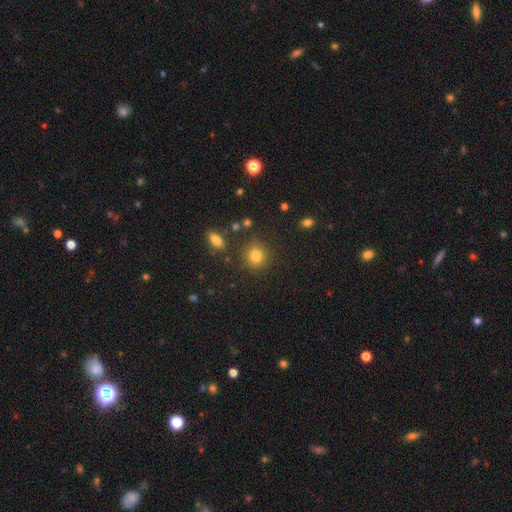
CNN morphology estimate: The model was most divided on "smooth or featured": smooth: 82%, star or artifact: 12%, featured or disk: 6%. More confident: how rounded — round (87%); merging — none (83%).